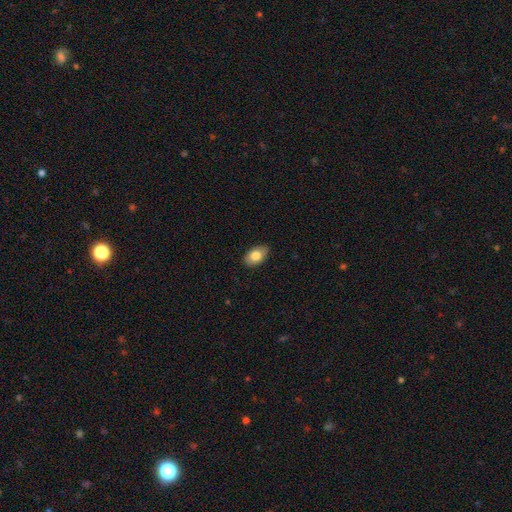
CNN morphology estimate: Q: Smooth or featured?
A: smooth (81%); runner-up: featured or disk (12%)
Q: How rounded?
A: in between (91%); runner-up: round (8%)
Q: Merging?
A: none (87%); runner-up: minor disturbance (10%)